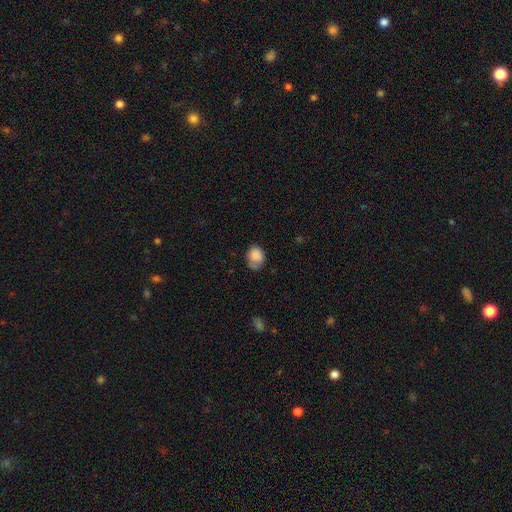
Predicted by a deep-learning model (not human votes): Smooth or featured? Predicted: smooth (p=0.83). How rounded? Predicted: in between (p=0.58). Merging? Predicted: none (p=0.50).